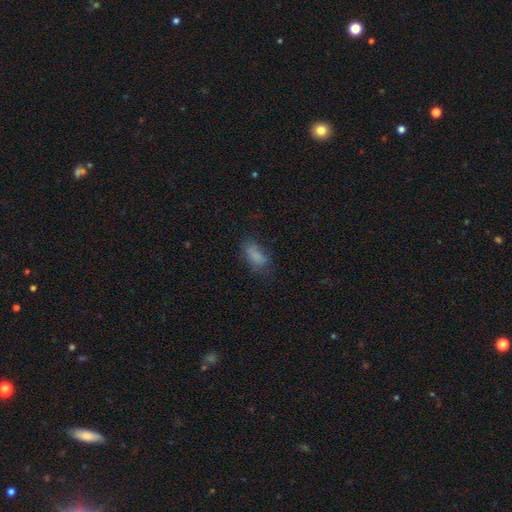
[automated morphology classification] Smooth or featured? Predicted: smooth (p=0.76). How rounded? Predicted: in between (p=0.86). Merging? Predicted: none (p=0.58).